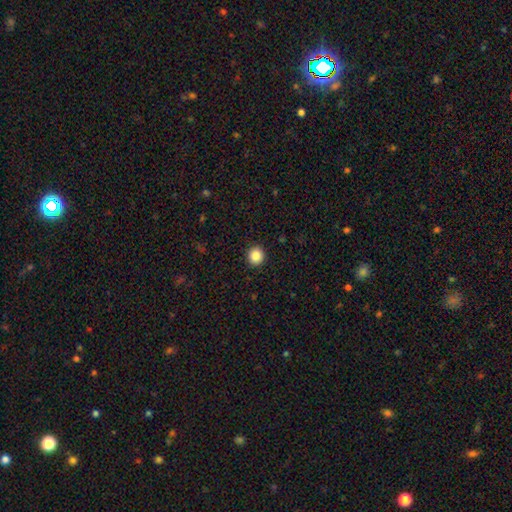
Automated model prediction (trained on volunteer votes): A smooth galaxy with no disk features (86%) that is round (90%). Merging: none (92%).